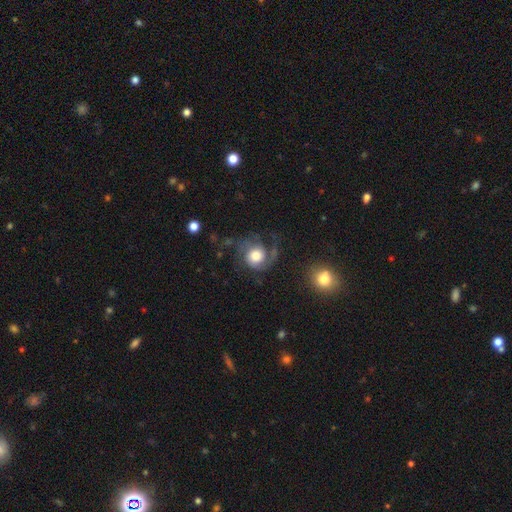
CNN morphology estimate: smooth_or_featured: featured or disk (p=0.66) [alt: smooth p=0.26]
disk_edge_on: no (p=0.98) [alt: yes p=0.02]
bar: no (p=0.77) [alt: weak p=0.20]
has_spiral_arms: yes (p=0.93) [alt: no p=0.07]
spiral_winding: medium (p=0.44) [alt: loose p=0.31]
spiral_arm_count: 2 (p=0.51) [alt: 1 p=0.28]
bulge_size: large (p=0.48) [alt: moderate p=0.32]
merging: none (p=0.53) [alt: major disturbance p=0.25]